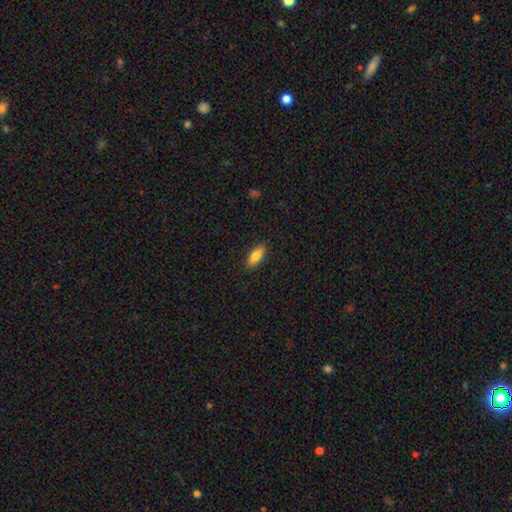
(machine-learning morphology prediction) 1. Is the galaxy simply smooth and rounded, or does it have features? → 81% smooth, 12% featured or disk, 7% star or artifact.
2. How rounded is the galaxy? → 79% in between, 19% cigar-shaped, 2% round.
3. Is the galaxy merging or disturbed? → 89% none, 9% minor disturbance, 2% major disturbance, 1% merger.